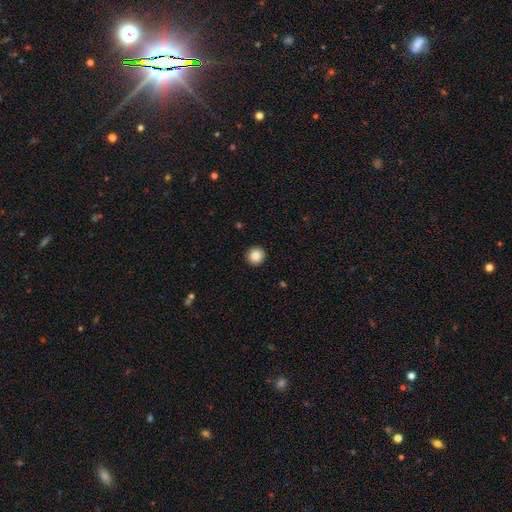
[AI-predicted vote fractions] Q: Smooth or featured?
A: smooth (88%); runner-up: star or artifact (9%)
Q: How rounded?
A: round (95%); runner-up: in between (4%)
Q: Merging?
A: none (92%); runner-up: minor disturbance (5%)